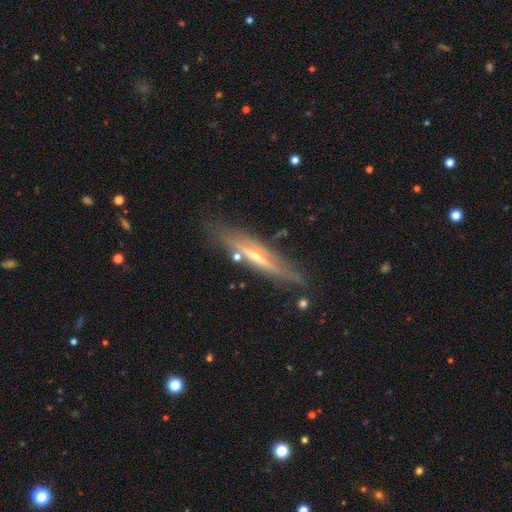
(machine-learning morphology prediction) Smooth or featured?
  - featured or disk: 76% *
  - smooth: 18%
  - star or artifact: 6%
Edge-on disk?
  - yes: 93% *
  - no: 7%
Edge-on bulge?
  - rounded: 73% *
  - none: 20%
  - boxy: 7%
Merging?
  - none: 78% *
  - minor disturbance: 15%
  - major disturbance: 4%
  - merger: 3%